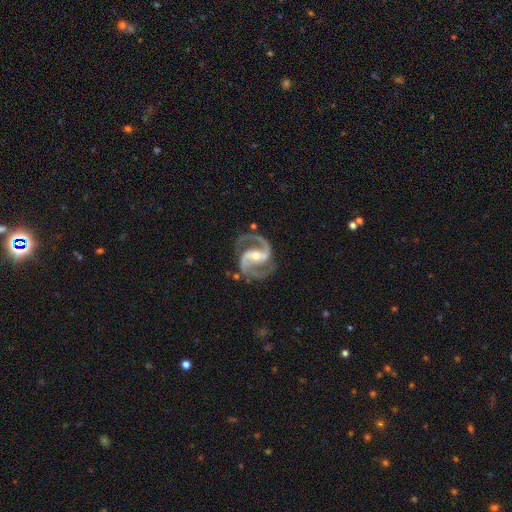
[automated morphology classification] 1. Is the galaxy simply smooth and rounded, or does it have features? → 94% featured or disk, 4% star or artifact, 2% smooth.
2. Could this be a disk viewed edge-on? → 98% no, 2% yes.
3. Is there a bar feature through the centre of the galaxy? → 48% strong, 33% weak, 19% no.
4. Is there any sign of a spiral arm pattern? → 99% yes, 1% no.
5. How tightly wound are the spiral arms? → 68% medium, 18% tight, 14% loose.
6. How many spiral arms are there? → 93% 2, 2% 3, 1% can't tell, 1% 1, 1% 4, 1% more than 4.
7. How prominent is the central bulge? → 51% moderate, 45% small, 2% large, 1% none, 1% dominant.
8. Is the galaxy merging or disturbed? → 80% none, 13% minor disturbance, 5% major disturbance, 2% merger.